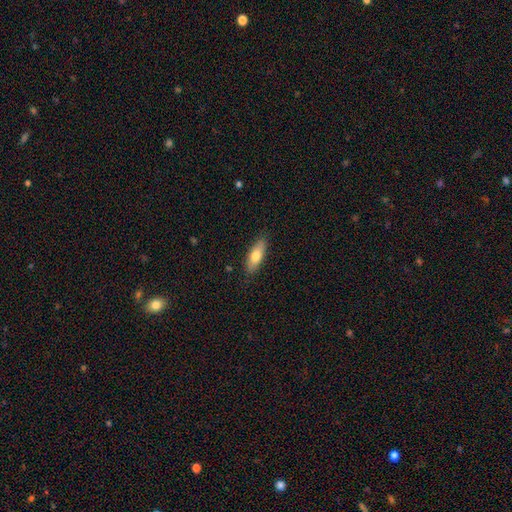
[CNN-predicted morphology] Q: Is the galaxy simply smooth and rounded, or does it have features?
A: smooth — 73%.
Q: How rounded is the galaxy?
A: in between — 61%.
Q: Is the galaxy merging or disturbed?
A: none — 86%.